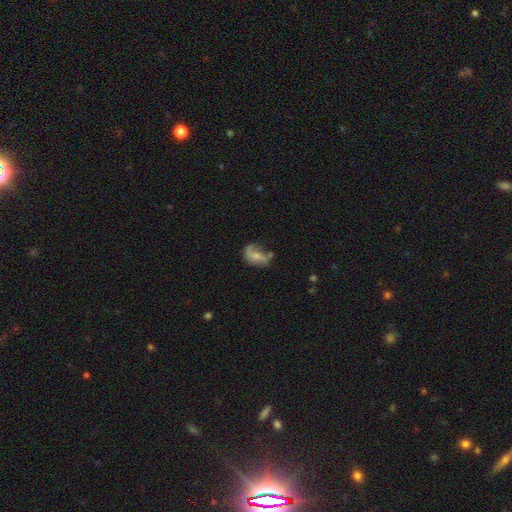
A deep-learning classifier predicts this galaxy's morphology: type=smooth (51%); roundness=in between (79%); merging=none (37%).